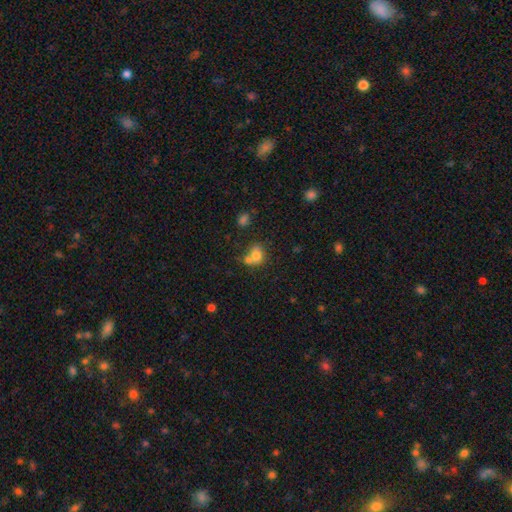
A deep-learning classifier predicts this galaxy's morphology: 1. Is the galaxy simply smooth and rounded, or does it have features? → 75% smooth, 13% featured or disk, 11% star or artifact.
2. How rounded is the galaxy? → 58% round, 41% in between, 1% cigar-shaped.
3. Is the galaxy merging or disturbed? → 41% merger, 38% none, 14% minor disturbance, 7% major disturbance.